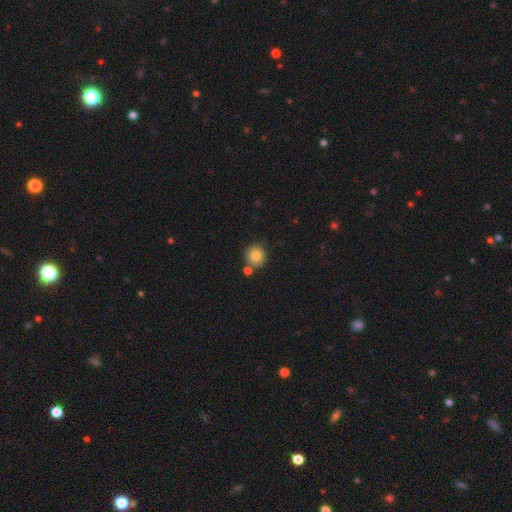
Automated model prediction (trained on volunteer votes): This is clearly a smooth galaxy (83%). How rounded: clearly round (92%). Merging: likely none (74%).